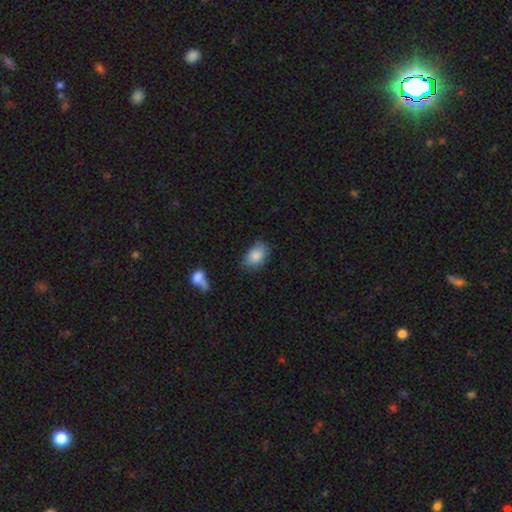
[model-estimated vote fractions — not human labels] smooth-or-featured: smooth: 84% | featured or disk: 8% | star or artifact: 8%
  how-rounded: in between: 86% | round: 13% | cigar-shaped: 1%
  merging: none: 69% | minor disturbance: 23% | major disturbance: 5% | merger: 3%